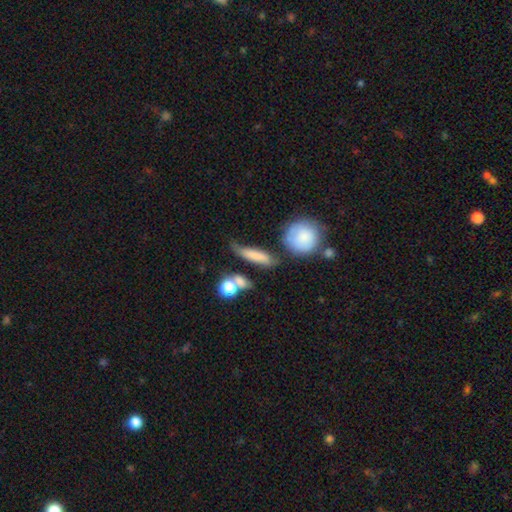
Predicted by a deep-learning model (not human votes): Q: Smooth or featured?
A: smooth (70%); runner-up: featured or disk (22%)
Q: How rounded?
A: cigar-shaped (63%); runner-up: in between (30%)
Q: Merging?
A: none (49%); runner-up: minor disturbance (26%)